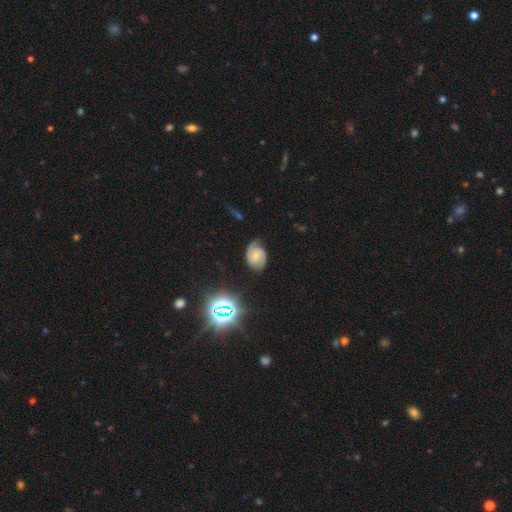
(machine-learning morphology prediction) Smooth or featured? Predicted: featured or disk (p=0.70). Edge-on disk? Predicted: no (p=0.97). Bar? Predicted: no (p=0.65). Spiral arms? Predicted: yes (p=0.95). Spiral winding? Predicted: tight (p=0.49). Spiral arm count? Predicted: 2 (p=0.76). Bulge size? Predicted: small (p=0.53). Merging? Predicted: none (p=0.66).